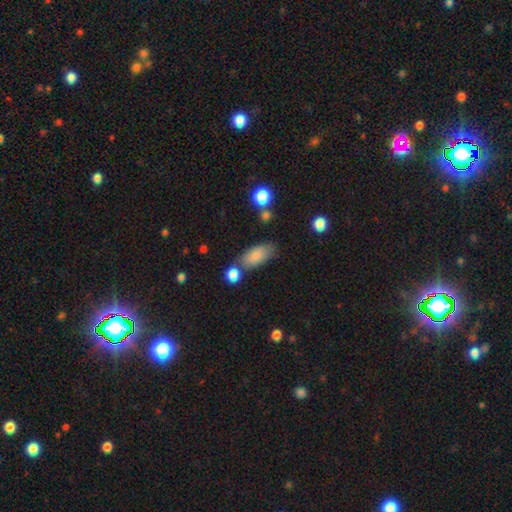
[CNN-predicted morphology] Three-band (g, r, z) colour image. It shows a smooth galaxy with no disk features (84%) that is in between round and cigar-shaped (86%). Merging: none (65%).